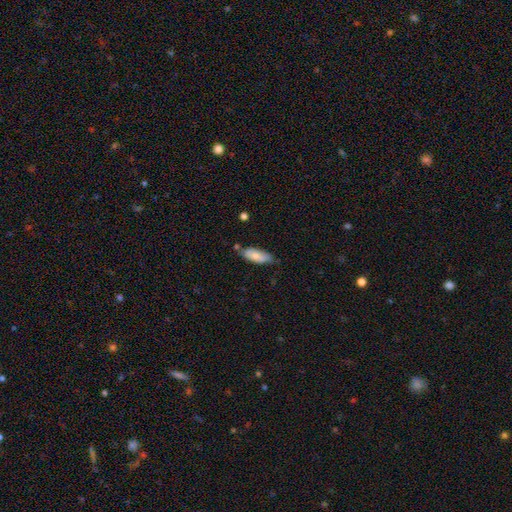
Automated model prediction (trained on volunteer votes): Smooth or featured? smooth (75%)
How rounded? in between (75%)
Merging? none (64%)